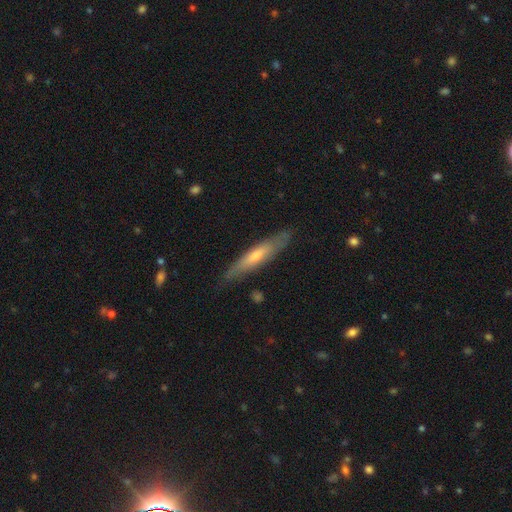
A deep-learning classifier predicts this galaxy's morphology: Smooth or featured?
  - smooth: 52% *
  - featured or disk: 43%
  - star or artifact: 5%
How rounded?
  - cigar-shaped: 86% *
  - in between: 13%
  - round: 1%
Merging?
  - none: 83% *
  - minor disturbance: 13%
  - major disturbance: 2%
  - merger: 1%